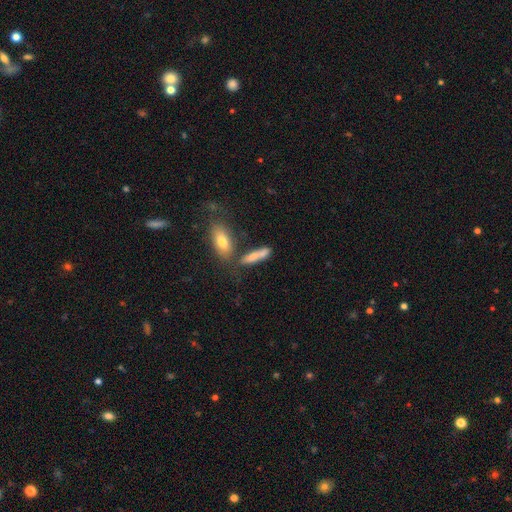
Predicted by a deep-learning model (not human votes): Overall: smooth (75%). How rounded: cigar-shaped (65%; in between 31%). Merging: none (55%; merger 22%).